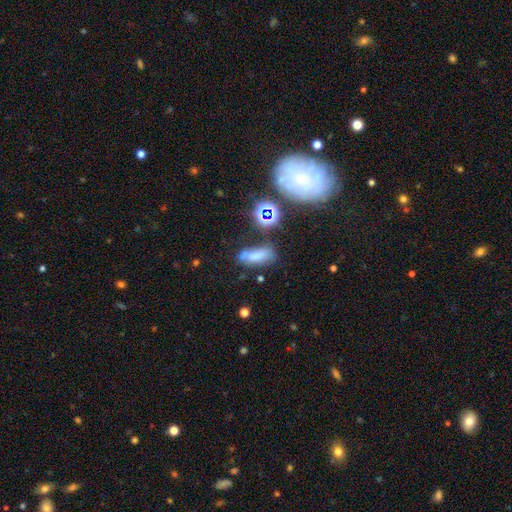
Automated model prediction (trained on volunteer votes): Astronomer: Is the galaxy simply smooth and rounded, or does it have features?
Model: smooth — 58%.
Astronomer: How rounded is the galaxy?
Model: in between — 71%.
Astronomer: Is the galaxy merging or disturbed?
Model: none — 47% (runner-up: minor disturbance, 23%).